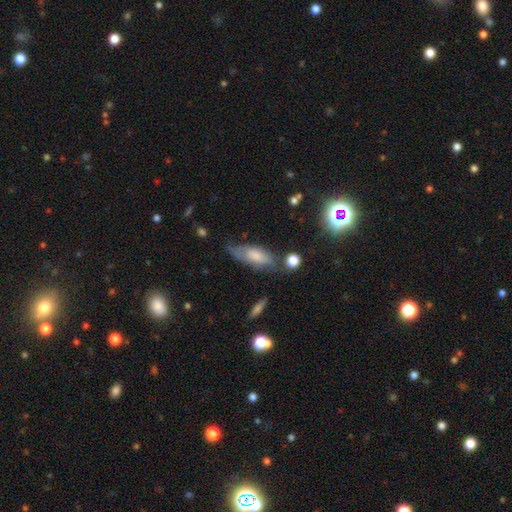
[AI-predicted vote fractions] smooth 62%, featured or disk 29%, star or artifact 9%. Down the decision tree: how rounded — in between (74%); merging — none (49%).